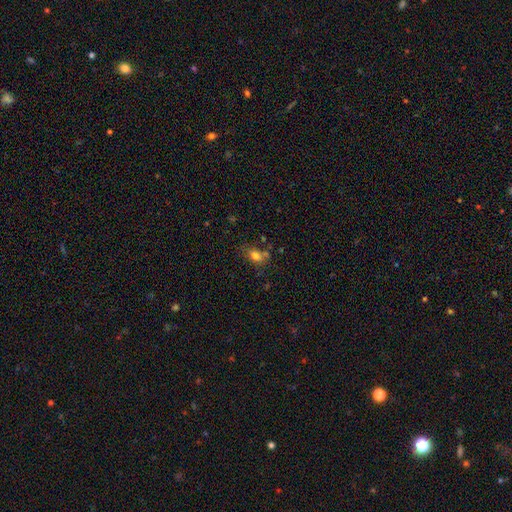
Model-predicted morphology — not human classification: type=smooth (77%); roundness=in between (76%); merging=none (56%).